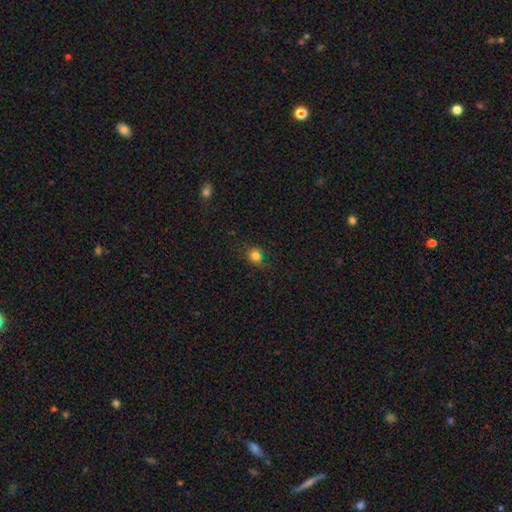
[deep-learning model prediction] Smooth or featured? Predicted: smooth (p=0.80). How rounded? Predicted: round (p=0.81). Merging? Predicted: none (p=0.75).